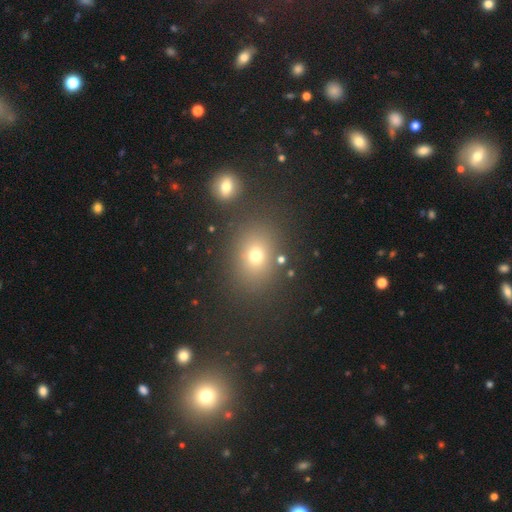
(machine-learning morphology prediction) The model was most divided on "how rounded": in between: 50%, round: 49%, cigar-shaped: 1%. More confident: merging — none (79%); smooth or featured — smooth (69%).